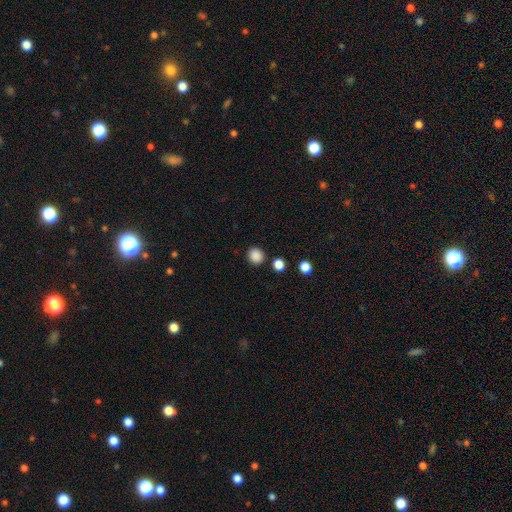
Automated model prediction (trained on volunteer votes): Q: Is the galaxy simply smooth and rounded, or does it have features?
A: smooth — 87%.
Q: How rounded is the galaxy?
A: round — 79%.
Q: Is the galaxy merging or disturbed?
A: none — 87%.